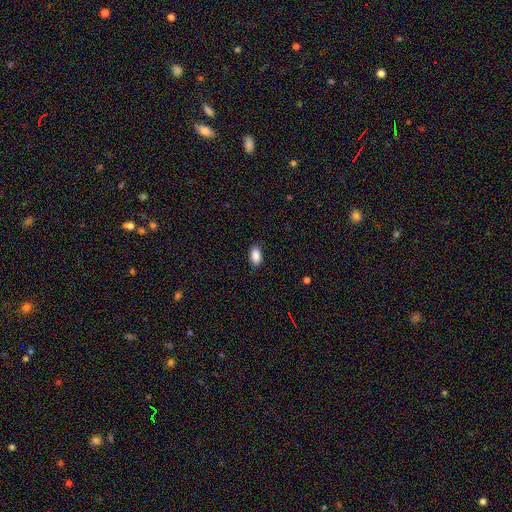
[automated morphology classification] A smooth galaxy with no disk features (89%) that is in between round and cigar-shaped (93%). Merging: none (87%).